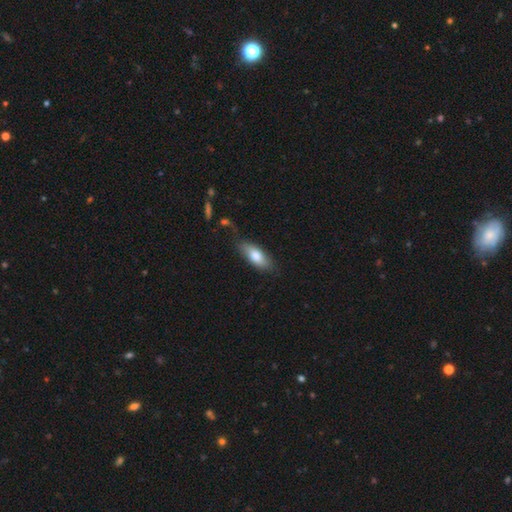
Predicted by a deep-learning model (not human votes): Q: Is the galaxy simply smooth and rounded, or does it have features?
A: smooth — 76%.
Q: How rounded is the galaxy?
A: in between — 77%.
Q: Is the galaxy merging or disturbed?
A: none — 69%.